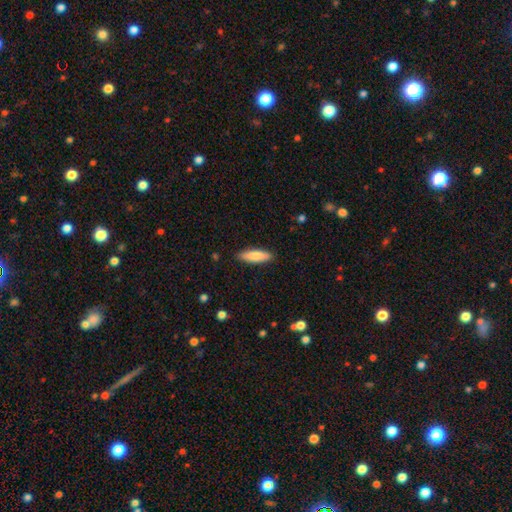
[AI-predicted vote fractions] Smooth or featured? Predicted: smooth (p=0.80). How rounded? Predicted: cigar-shaped (p=0.57). Merging? Predicted: none (p=0.89).